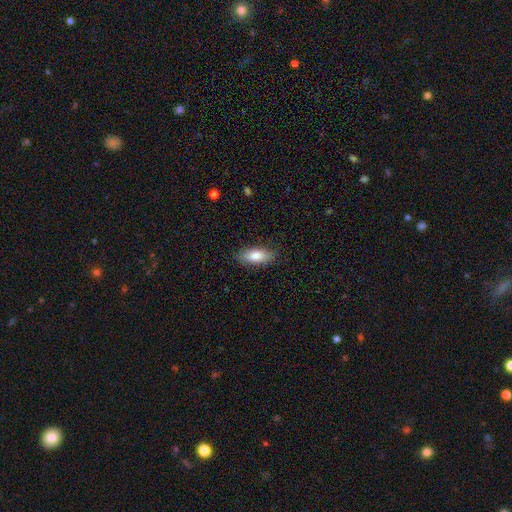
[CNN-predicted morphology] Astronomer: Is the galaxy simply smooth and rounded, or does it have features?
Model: smooth — 82%.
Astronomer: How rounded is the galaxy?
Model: in between — 81%.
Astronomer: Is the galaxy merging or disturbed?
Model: none — 86%.